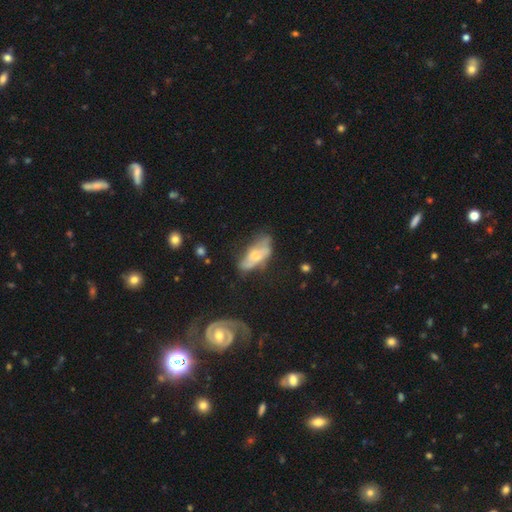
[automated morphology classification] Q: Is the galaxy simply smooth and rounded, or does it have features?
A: featured or disk — 51%.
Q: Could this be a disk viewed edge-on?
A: no — 75%.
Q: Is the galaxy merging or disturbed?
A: none — 41%.